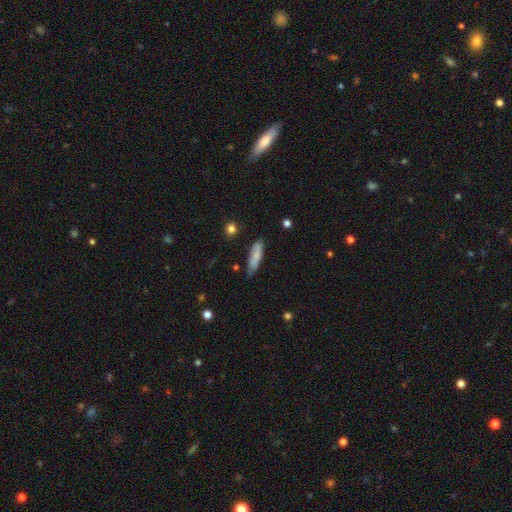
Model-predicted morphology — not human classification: A smooth galaxy with no disk features (79%) that is cigar-shaped (65%).

Vote fractions:
- Smooth or featured? smooth: 79% / featured or disk: 14% / star or artifact: 6%
- How rounded? cigar-shaped: 65% / in between: 33% / round: 2%
- Merging? none: 73% / minor disturbance: 21% / major disturbance: 3% / merger: 2%